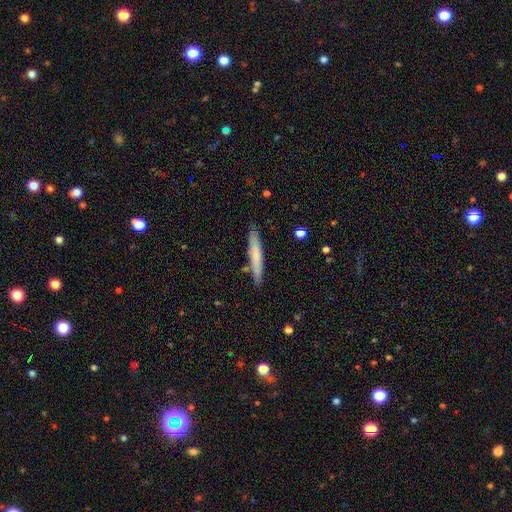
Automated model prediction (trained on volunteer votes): The model was most divided on "smooth or featured": smooth: 63%, featured or disk: 30%, star or artifact: 6%. More confident: how rounded — cigar-shaped (93%); merging — none (83%).